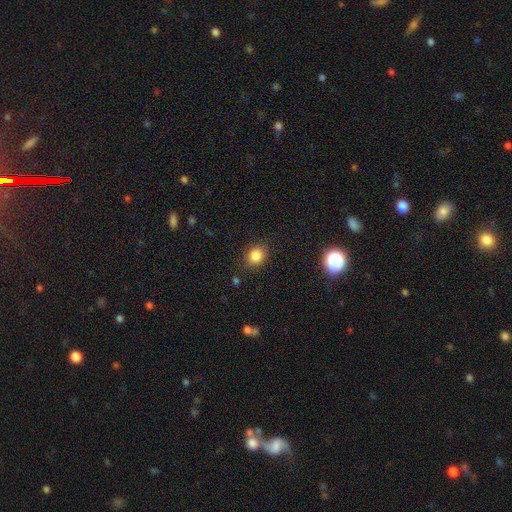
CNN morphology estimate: This is clearly a smooth galaxy (83%). How rounded: likely round (67%). Merging: clearly none (86%).